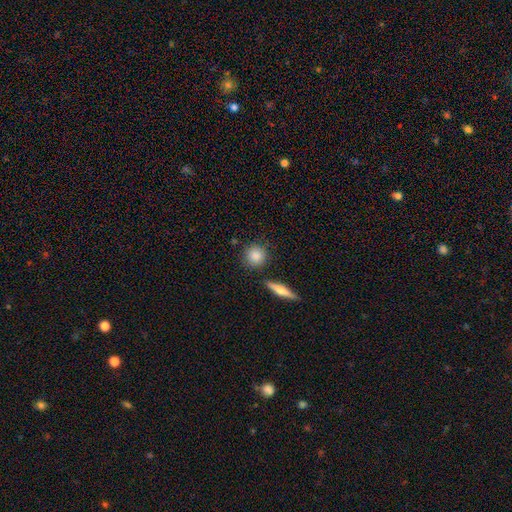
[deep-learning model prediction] Smooth or featured: smooth — 84% (featured or disk — 9%)
How rounded: round — 86% (in between — 11%)
Merging: none — 81% (minor disturbance — 10%)